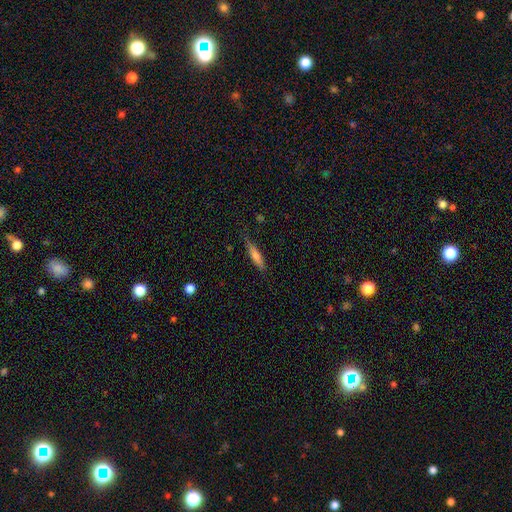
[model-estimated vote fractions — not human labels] A smooth galaxy with no disk features (71%) that is cigar-shaped (82%). Merging: none (73%).